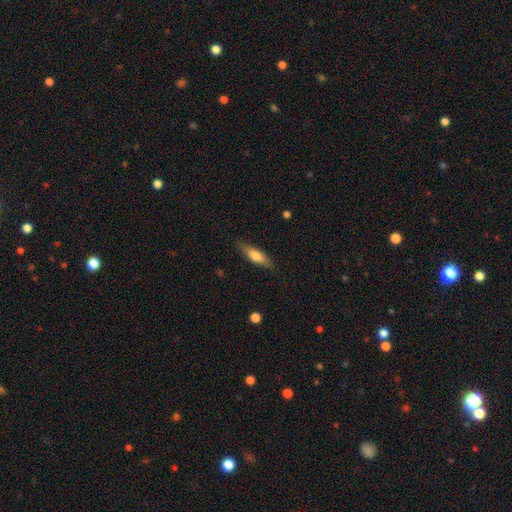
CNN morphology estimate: Smooth or featured? smooth (68%)
How rounded? cigar-shaped (54%)
Merging? none (85%)